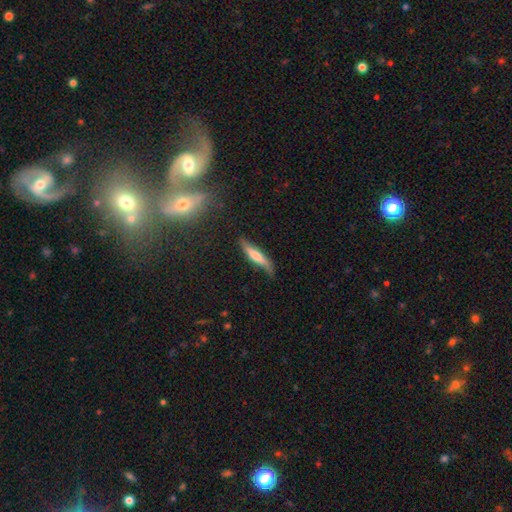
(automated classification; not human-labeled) Smooth or featured?
  - smooth: 59% *
  - featured or disk: 34%
  - star or artifact: 6%
How rounded?
  - cigar-shaped: 86% *
  - in between: 12%
  - round: 2%
Merging?
  - none: 67% *
  - minor disturbance: 25%
  - major disturbance: 6%
  - merger: 2%